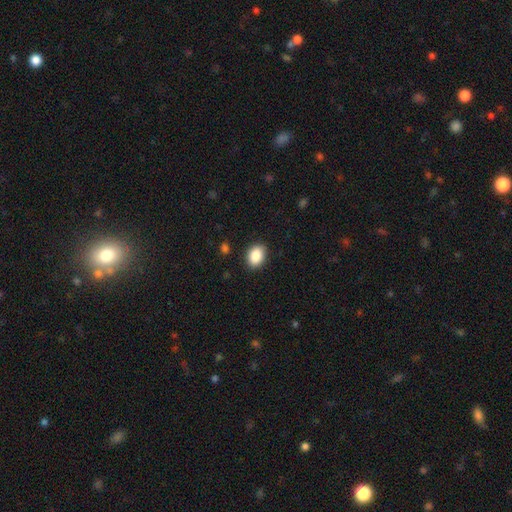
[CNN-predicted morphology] A smooth galaxy with no disk features (88%) that is in between round and cigar-shaped (77%). Merging: none (89%).